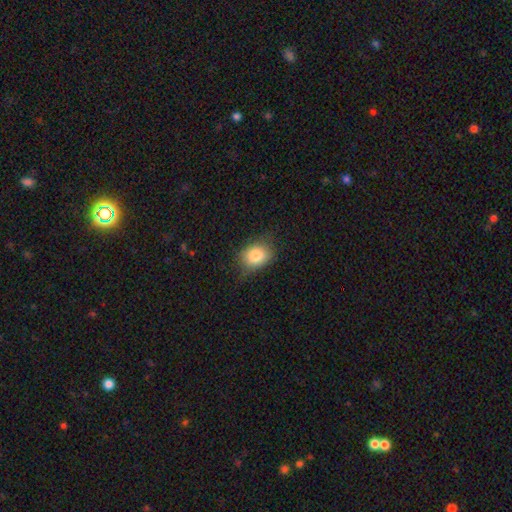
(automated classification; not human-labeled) smooth_or_featured: smooth (p=0.83) [alt: featured or disk p=0.09]
how_rounded: in between (p=0.61) [alt: round p=0.38]
merging: none (p=0.69) [alt: minor disturbance p=0.24]